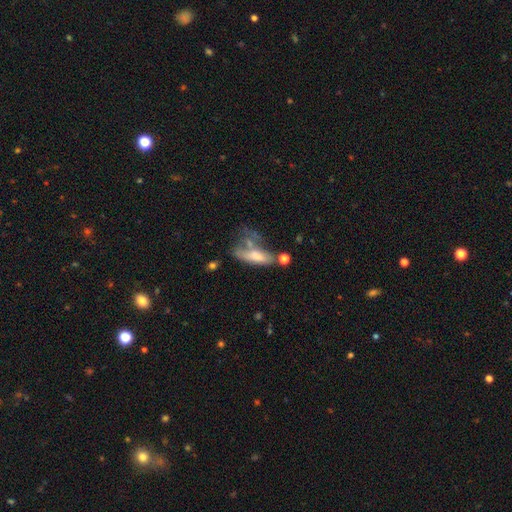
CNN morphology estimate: Smooth or featured?
  - smooth: 60% *
  - featured or disk: 31%
  - star or artifact: 9%
How rounded?
  - in between: 62% *
  - cigar-shaped: 35%
  - round: 3%
Merging?
  - major disturbance: 33% *
  - merger: 25%
  - none: 23%
  - minor disturbance: 19%